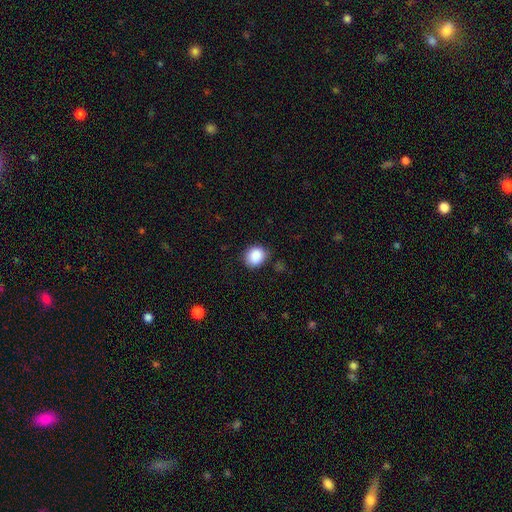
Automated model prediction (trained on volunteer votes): Q: Smooth or featured?
A: smooth (88%); runner-up: star or artifact (8%)
Q: How rounded?
A: round (72%); runner-up: in between (27%)
Q: Merging?
A: none (79%); runner-up: minor disturbance (16%)